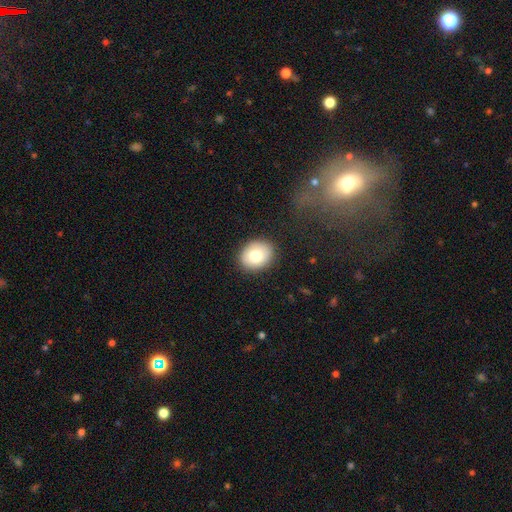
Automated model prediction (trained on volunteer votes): smooth_or_featured: smooth (p=0.77) [alt: featured or disk p=0.14]
how_rounded: round (p=0.55) [alt: in between p=0.44]
merging: none (p=0.88) [alt: minor disturbance p=0.08]